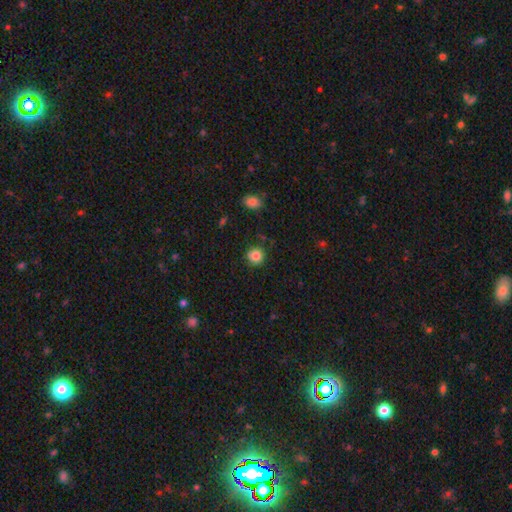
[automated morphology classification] A smooth galaxy with no disk features (84%) that is round (90%). Merging: none (83%).